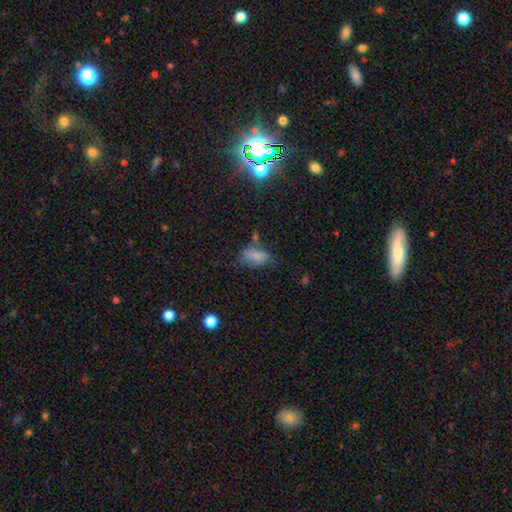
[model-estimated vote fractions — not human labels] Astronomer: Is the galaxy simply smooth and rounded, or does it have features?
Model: smooth — 75%.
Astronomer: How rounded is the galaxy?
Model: in between — 90%.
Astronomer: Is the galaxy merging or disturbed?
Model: none — 40% (runner-up: minor disturbance, 30%).